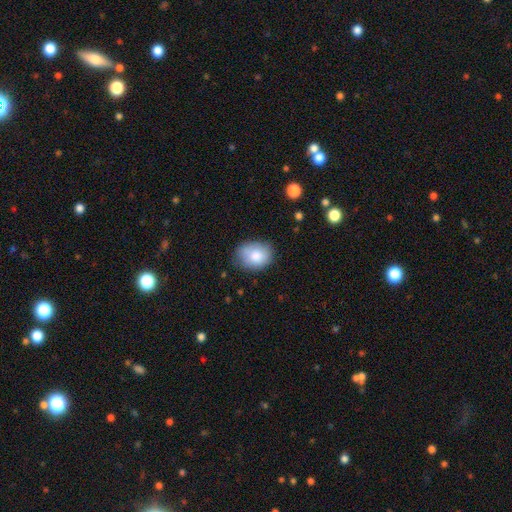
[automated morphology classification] Overall: smooth (81%). How rounded: in between (58%; round 41%). Merging: none (66%).